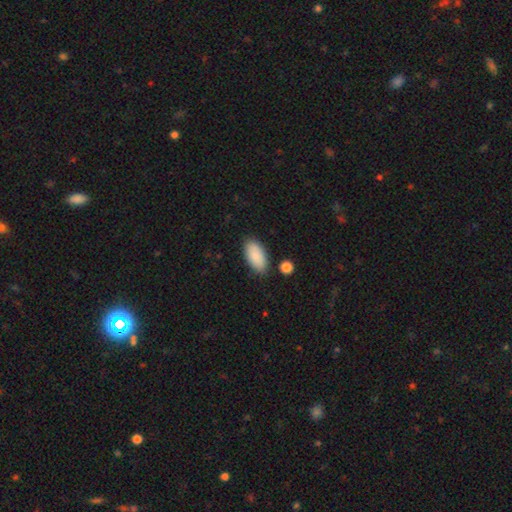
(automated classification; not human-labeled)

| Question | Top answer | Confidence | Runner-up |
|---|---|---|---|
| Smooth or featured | smooth | 87% | featured or disk (6%) |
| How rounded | in between | 93% | cigar-shaped (5%) |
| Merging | none | 84% | minor disturbance (11%) |